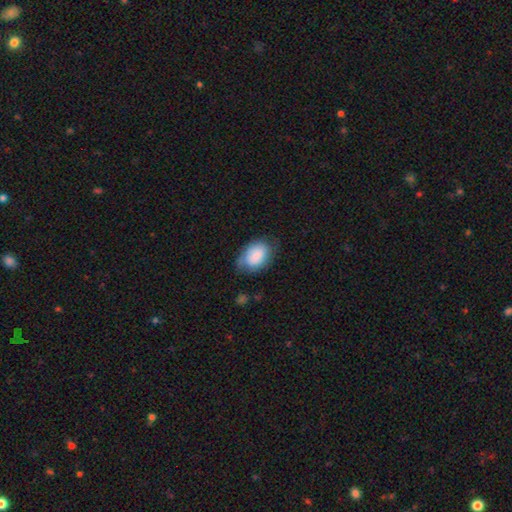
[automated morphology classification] This is likely a smooth galaxy (78%). How rounded: clearly in between (83%). Merging: possibly none (55%).